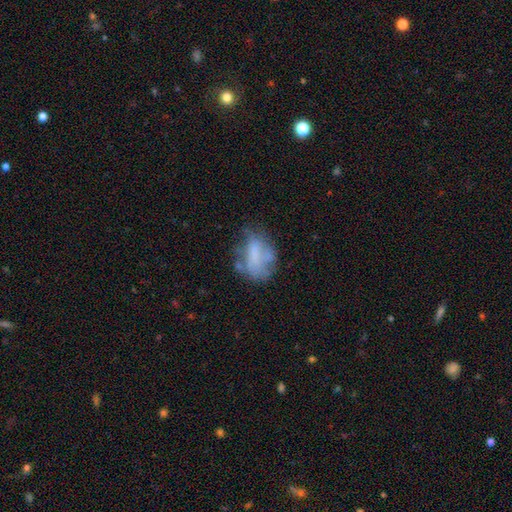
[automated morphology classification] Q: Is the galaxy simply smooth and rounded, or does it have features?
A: smooth — 50%.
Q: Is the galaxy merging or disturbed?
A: none — 41%.